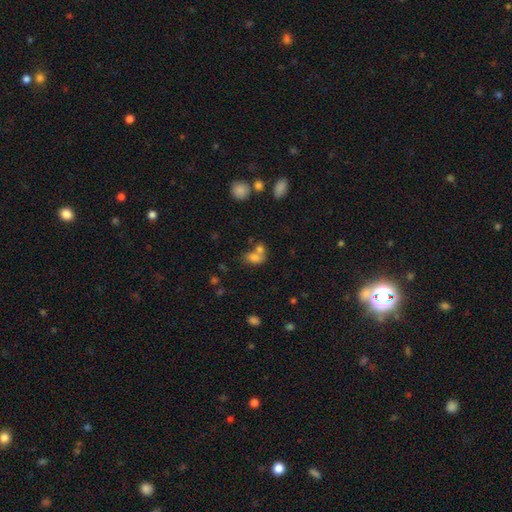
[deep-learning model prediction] smooth 75%, featured or disk 13%, star or artifact 12%. Down the decision tree: how rounded — in between (79%); merging — merger (53%).